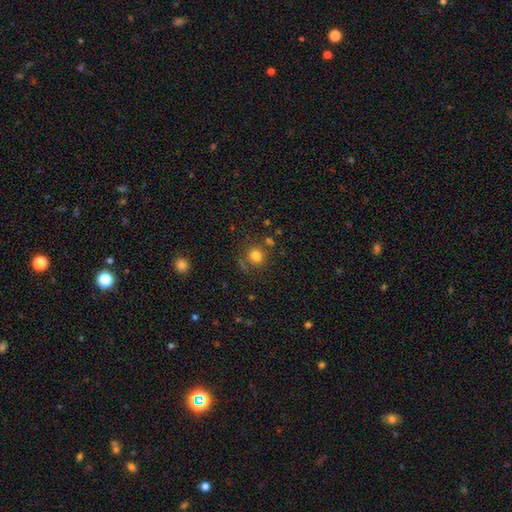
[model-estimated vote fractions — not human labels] The model was most divided on "merging": none: 73%, minor disturbance: 13%, merger: 9%, major disturbance: 6%. More confident: how rounded — round (83%); smooth or featured — smooth (78%).